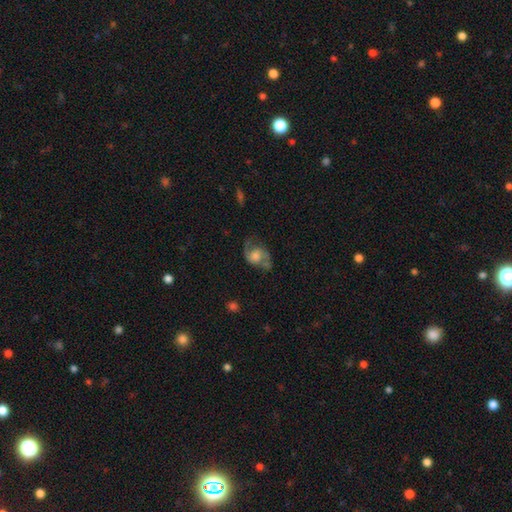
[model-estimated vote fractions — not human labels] A featured or disk galaxy (67%) with no bar (64%), 2 (84%) medium (45%) spiral arms (88%) and a moderate central bulge (38%). Merging: none (52%).